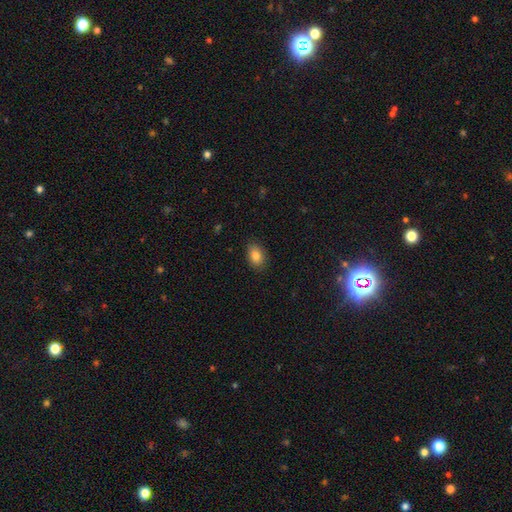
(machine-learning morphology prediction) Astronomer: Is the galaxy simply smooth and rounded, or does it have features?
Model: smooth — 85%.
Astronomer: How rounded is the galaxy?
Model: in between — 81%.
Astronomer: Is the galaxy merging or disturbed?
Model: none — 86%.